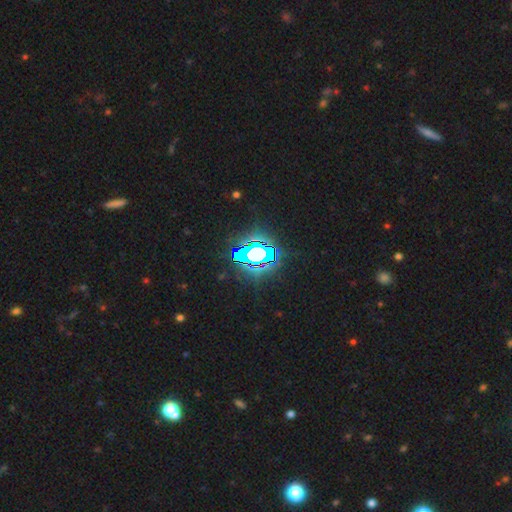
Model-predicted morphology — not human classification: A star or artifact, not a galaxy (71%).

Vote fractions:
- Smooth or featured? star or artifact: 71% / featured or disk: 15% / smooth: 14%